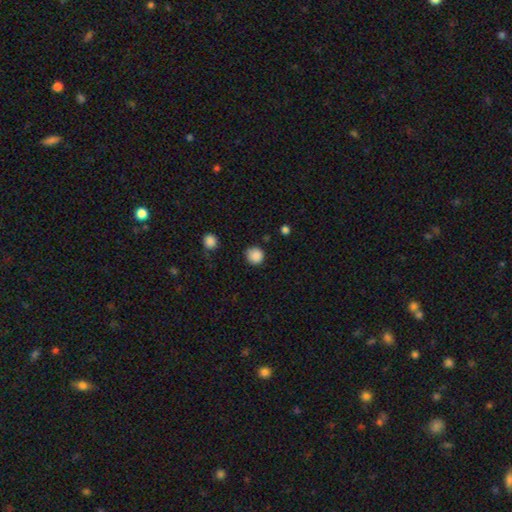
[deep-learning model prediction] Q: Smooth or featured?
A: smooth (87%); runner-up: star or artifact (10%)
Q: How rounded?
A: round (92%); runner-up: in between (7%)
Q: Merging?
A: none (85%); runner-up: minor disturbance (11%)